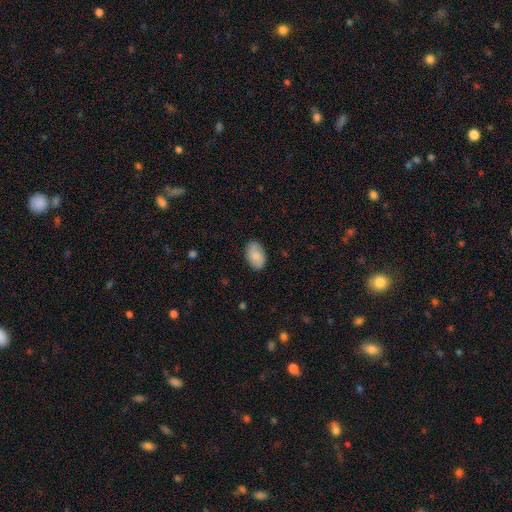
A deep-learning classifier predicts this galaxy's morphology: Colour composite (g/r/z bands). It shows a smooth galaxy with no disk features (82%) that is in between round and cigar-shaped (92%). Merging: none (86%).